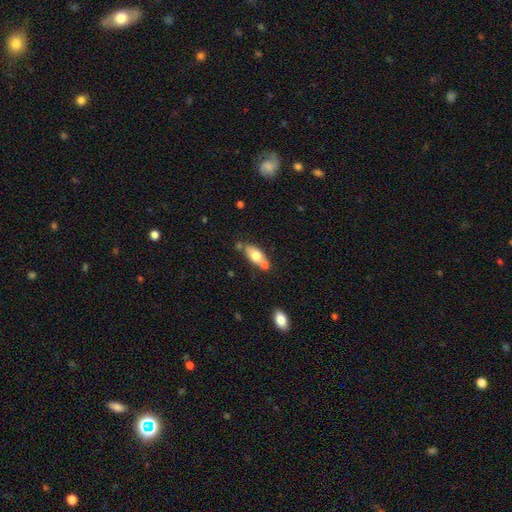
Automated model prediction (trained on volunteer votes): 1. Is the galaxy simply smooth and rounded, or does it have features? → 69% smooth, 24% featured or disk, 7% star or artifact.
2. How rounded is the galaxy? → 81% in between, 13% cigar-shaped, 5% round.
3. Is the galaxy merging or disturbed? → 50% none, 29% merger, 16% minor disturbance, 5% major disturbance.